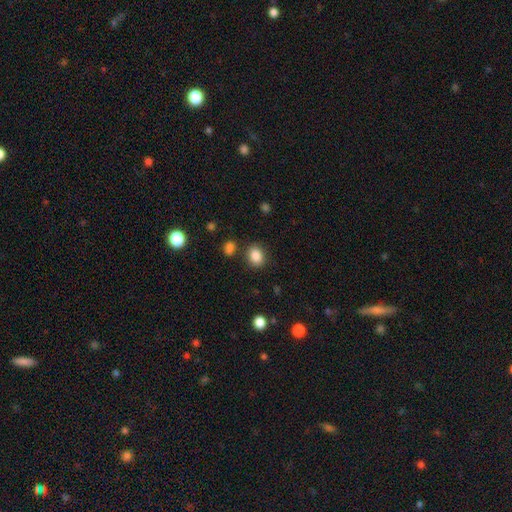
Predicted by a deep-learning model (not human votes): Smooth or featured? Predicted: smooth (p=0.86). How rounded? Predicted: round (p=0.54). Merging? Predicted: none (p=0.82).